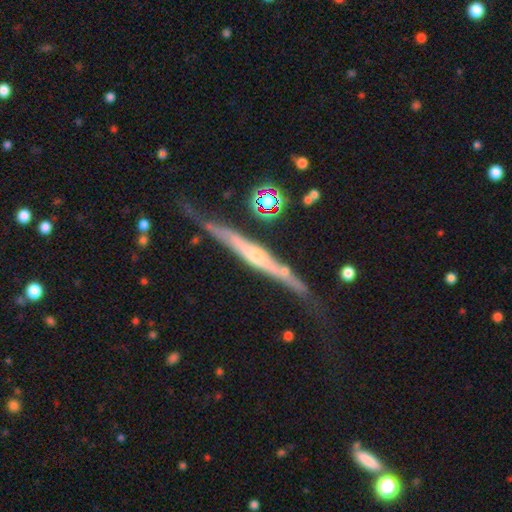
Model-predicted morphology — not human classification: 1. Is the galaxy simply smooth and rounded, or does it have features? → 79% featured or disk, 14% smooth, 7% star or artifact.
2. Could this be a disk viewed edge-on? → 92% yes, 8% no.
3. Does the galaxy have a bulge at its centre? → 52% rounded, 37% none, 11% boxy.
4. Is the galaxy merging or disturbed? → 64% none, 24% minor disturbance, 8% major disturbance, 4% merger.